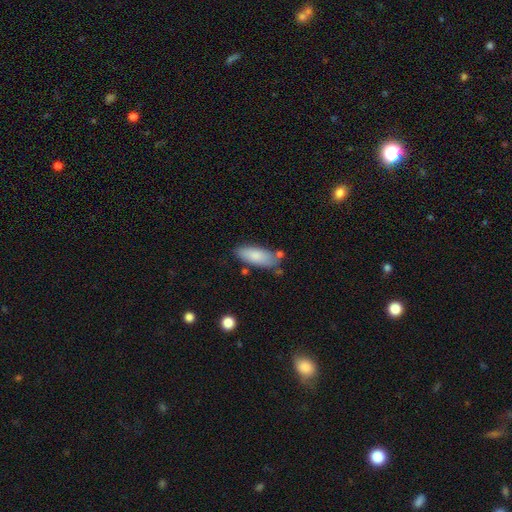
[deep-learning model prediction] smooth-or-featured: smooth: 83% | featured or disk: 11% | star or artifact: 6%
  how-rounded: in between: 77% | cigar-shaped: 21% | round: 2%
  merging: none: 71% | minor disturbance: 18% | merger: 7% | major disturbance: 4%